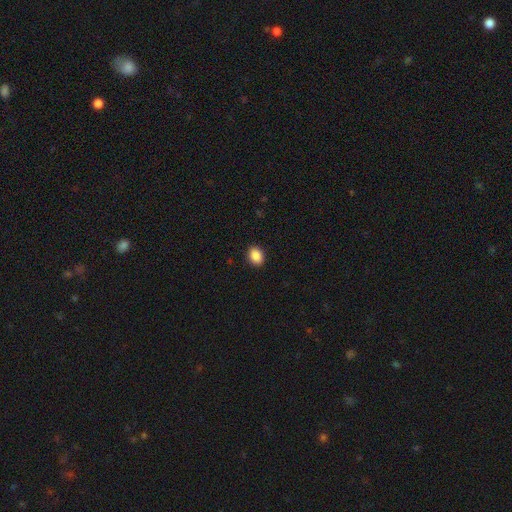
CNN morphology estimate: type=smooth (89%); roundness=in between (62%); merging=none (90%).